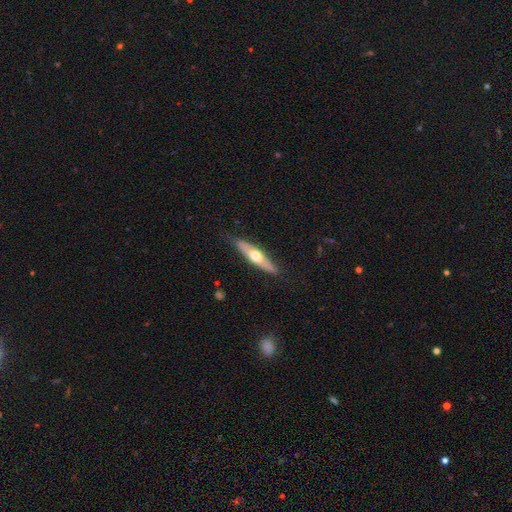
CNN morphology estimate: Smooth or featured: featured or disk — 49% (smooth — 46%)
Merging: none — 83% (minor disturbance — 14%)